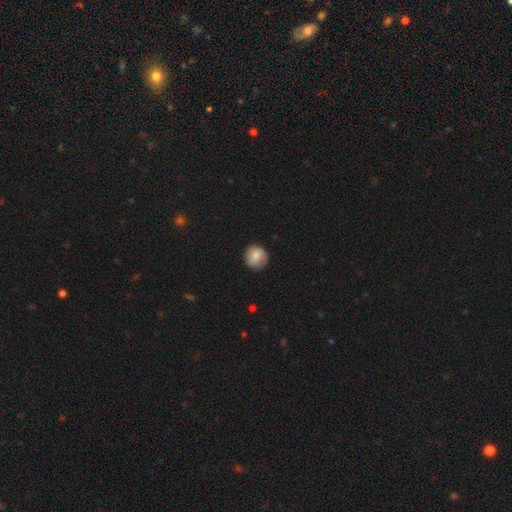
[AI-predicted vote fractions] This appears to be a smooth galaxy with no disk features (82%) that is round (90%). Merging: none (81%).